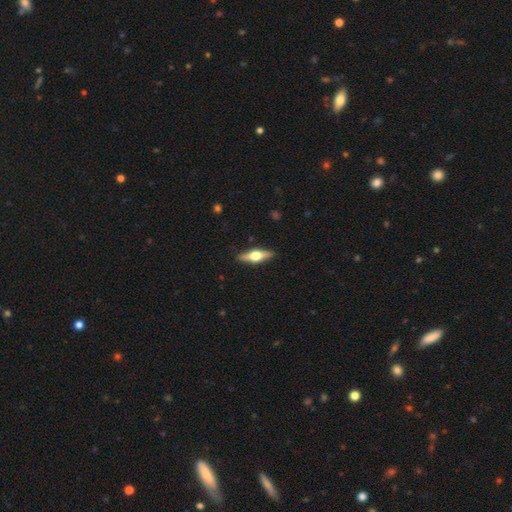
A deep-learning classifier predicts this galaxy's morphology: This is likely a featured or disk galaxy (66%). It is clearly viewed edge-on (96%). Edge-on bulge: clearly rounded (96%). Merging: clearly none (90%).